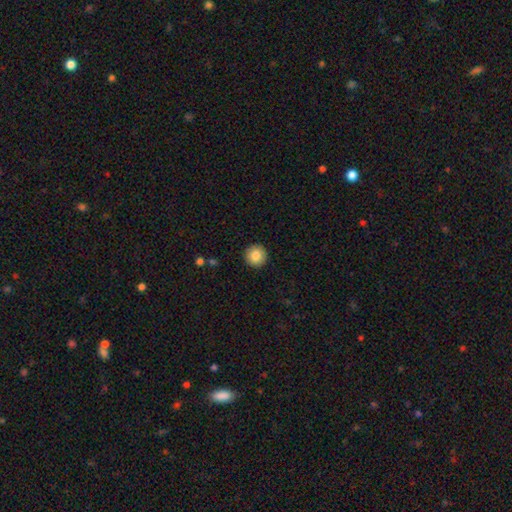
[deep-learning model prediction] smooth_or_featured: smooth (p=0.84) [alt: star or artifact p=0.08]
how_rounded: round (p=0.96) [alt: in between p=0.03]
merging: none (p=0.93) [alt: minor disturbance p=0.05]